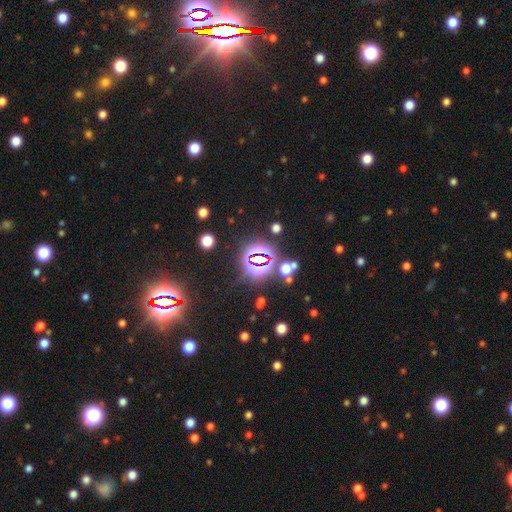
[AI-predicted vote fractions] Smooth or featured? Predicted: star or artifact (p=0.80).